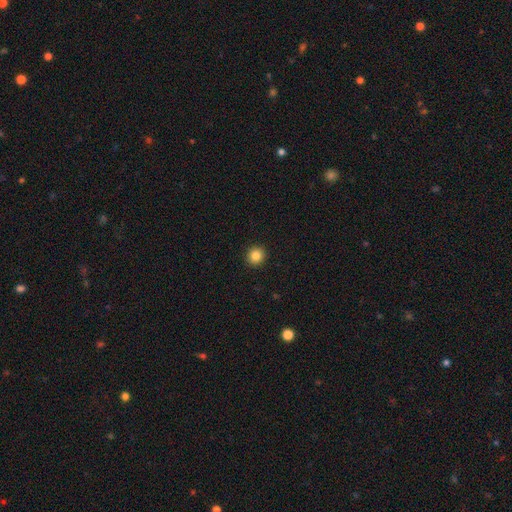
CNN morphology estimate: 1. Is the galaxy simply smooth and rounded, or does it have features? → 85% smooth, 10% star or artifact, 5% featured or disk.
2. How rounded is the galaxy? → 92% round, 7% in between, 1% cigar-shaped.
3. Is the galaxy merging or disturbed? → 93% none, 5% minor disturbance, 2% major disturbance, 1% merger.